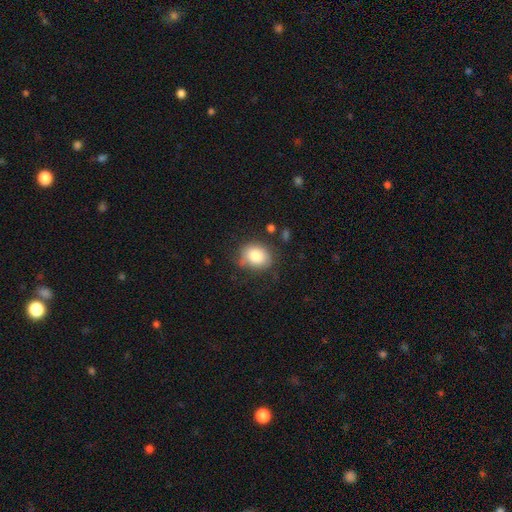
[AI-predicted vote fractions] Smooth or featured? smooth (82%)
How rounded? in between (52%)
Merging? none (68%)